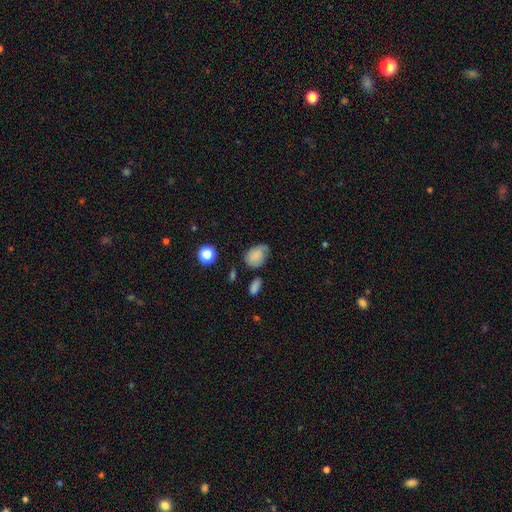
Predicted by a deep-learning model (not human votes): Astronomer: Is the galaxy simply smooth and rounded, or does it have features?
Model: smooth — 75%.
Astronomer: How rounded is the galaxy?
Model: in between — 74%.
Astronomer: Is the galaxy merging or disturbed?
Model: none — 52% (runner-up: minor disturbance, 34%).